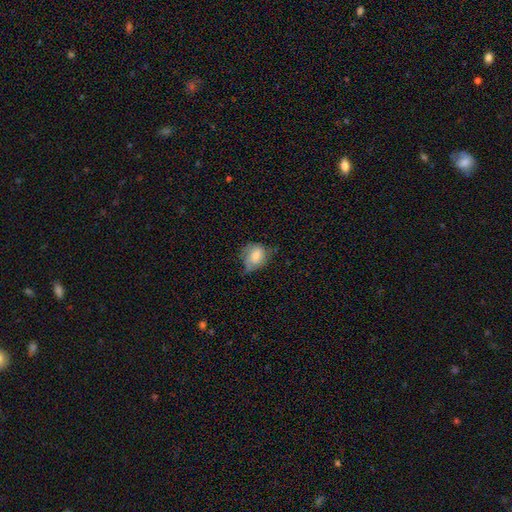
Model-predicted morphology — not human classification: Smooth or featured: smooth — 68% (featured or disk — 24%)
How rounded: in between — 52% (round — 46%)
Merging: none — 43% (minor disturbance — 39%)